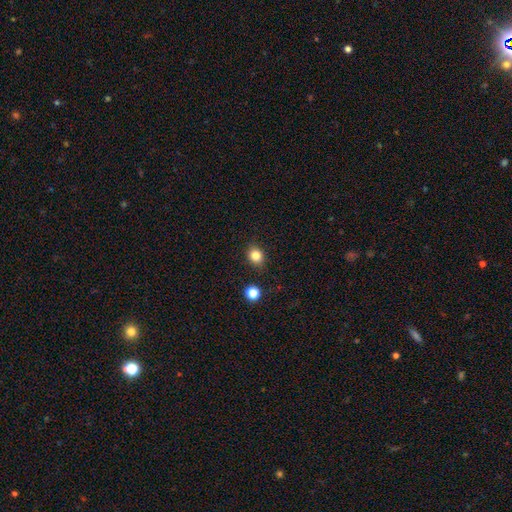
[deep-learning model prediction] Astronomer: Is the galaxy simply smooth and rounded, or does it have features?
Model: smooth — 83%.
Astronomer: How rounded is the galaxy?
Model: round — 63%.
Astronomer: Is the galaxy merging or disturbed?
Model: none — 86%.